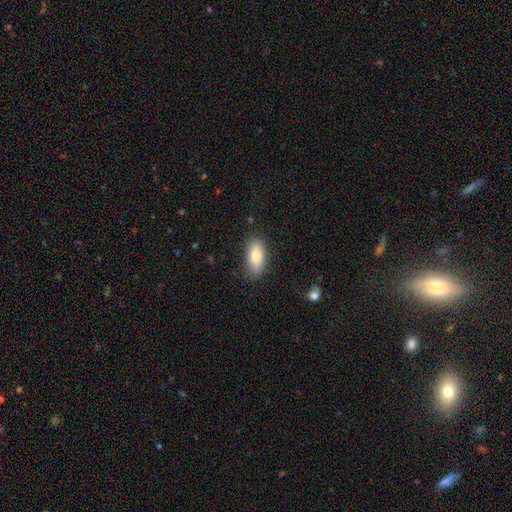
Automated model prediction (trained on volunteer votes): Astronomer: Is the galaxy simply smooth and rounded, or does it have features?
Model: smooth — 81%.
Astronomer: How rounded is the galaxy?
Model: in between — 84%.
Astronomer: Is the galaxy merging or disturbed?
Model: none — 82%.